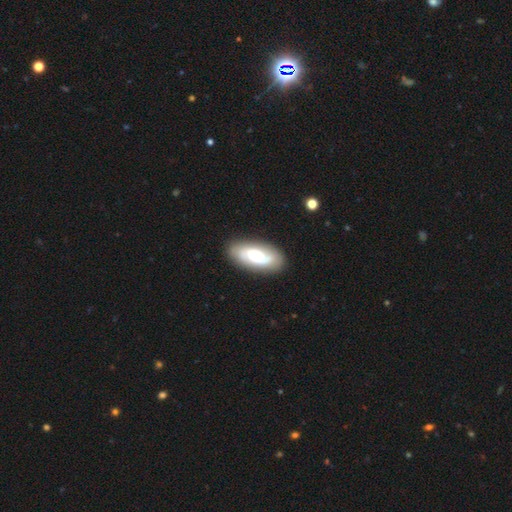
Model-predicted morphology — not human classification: A featured or disk galaxy (61%) with no bar (51%), spiral arms (79%) and a moderate central bulge (67%). Merging: none (86%).